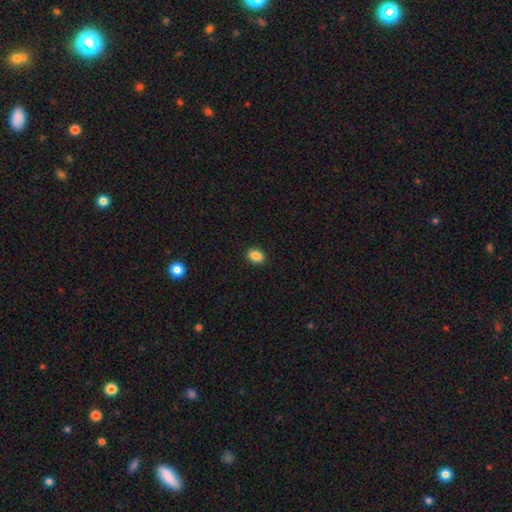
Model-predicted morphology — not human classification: Smooth or featured: smooth — 86% (star or artifact — 9%)
How rounded: in between — 65% (round — 34%)
Merging: none — 91% (minor disturbance — 7%)